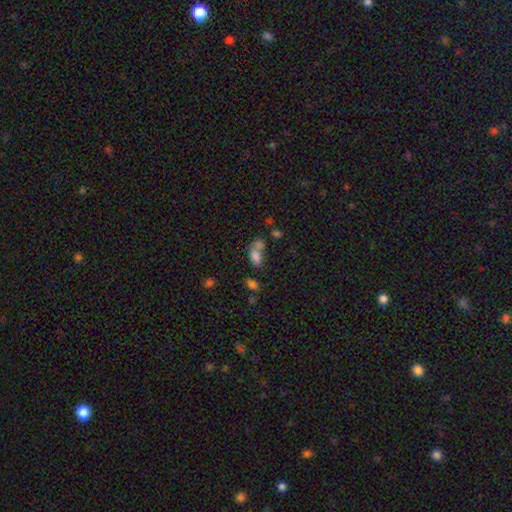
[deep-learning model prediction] A smooth galaxy with no disk features (74%) that is in between round and cigar-shaped (84%).

Vote fractions:
- Smooth or featured? smooth: 74% / star or artifact: 14% / featured or disk: 12%
- How rounded? in between: 84% / round: 13% / cigar-shaped: 3%
- Merging? merger: 51% / none: 30% / minor disturbance: 11% / major disturbance: 8%